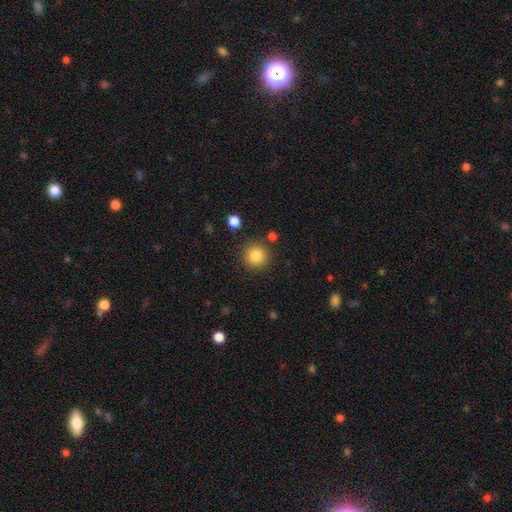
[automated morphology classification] smooth-or-featured: smooth: 85% | star or artifact: 10% | featured or disk: 5%
  how-rounded: round: 94% | in between: 5% | cigar-shaped: 1%
  merging: none: 87% | minor disturbance: 7% | merger: 3% | major disturbance: 3%